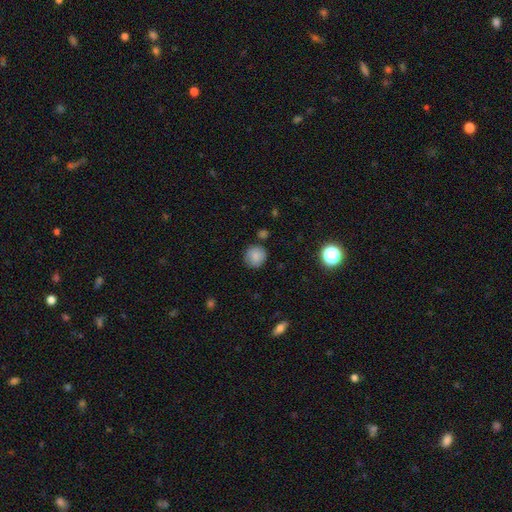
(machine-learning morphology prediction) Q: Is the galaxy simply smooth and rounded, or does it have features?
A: smooth — 84%.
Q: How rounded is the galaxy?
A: round — 92%.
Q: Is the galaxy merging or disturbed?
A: none — 85%.